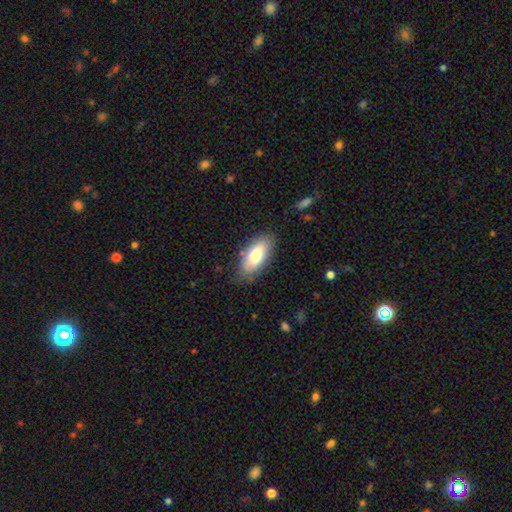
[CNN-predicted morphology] type=smooth (76%); roundness=in between (86%); merging=none (81%).